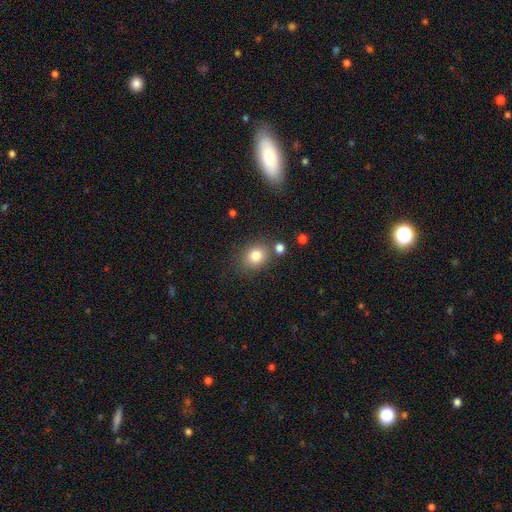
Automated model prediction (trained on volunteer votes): smooth 81%, star or artifact 11%, featured or disk 8%. Down the decision tree: how rounded — round (59%); merging — none (74%).